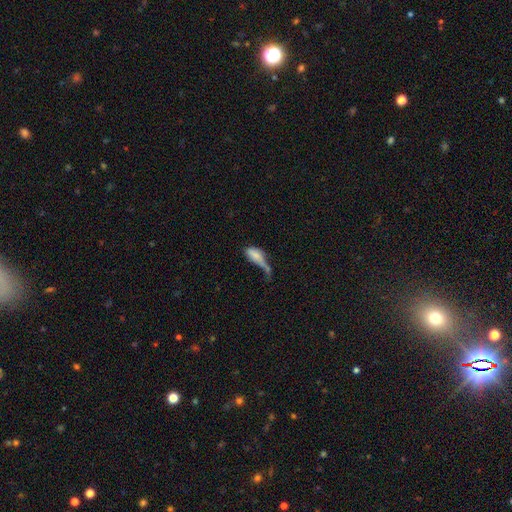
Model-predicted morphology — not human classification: This is likely a smooth galaxy (67%). How rounded: clearly in between (81%). Merging: marginally major disturbance (40%).